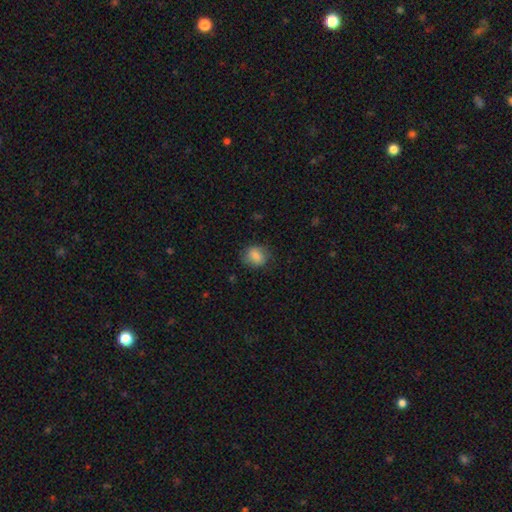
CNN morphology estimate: smooth-or-featured: smooth: 79% | featured or disk: 13% | star or artifact: 8%
  how-rounded: round: 60% | in between: 39% | cigar-shaped: 1%
  merging: none: 75% | minor disturbance: 18% | major disturbance: 6% | merger: 1%